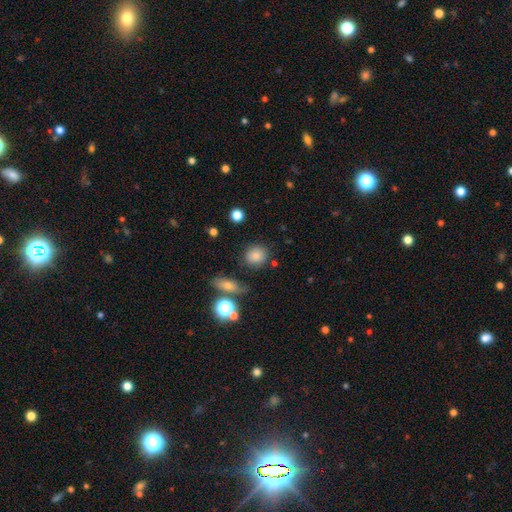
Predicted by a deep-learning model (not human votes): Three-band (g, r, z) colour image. It shows a smooth galaxy with no disk features (81%) that is round (80%). Merging: none (81%).